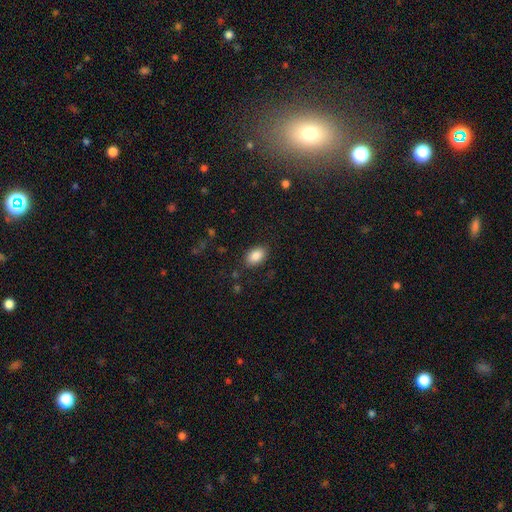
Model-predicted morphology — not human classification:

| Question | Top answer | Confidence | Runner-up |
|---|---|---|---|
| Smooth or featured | smooth | 87% | star or artifact (8%) |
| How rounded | in between | 88% | round (11%) |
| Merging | none | 84% | minor disturbance (11%) |